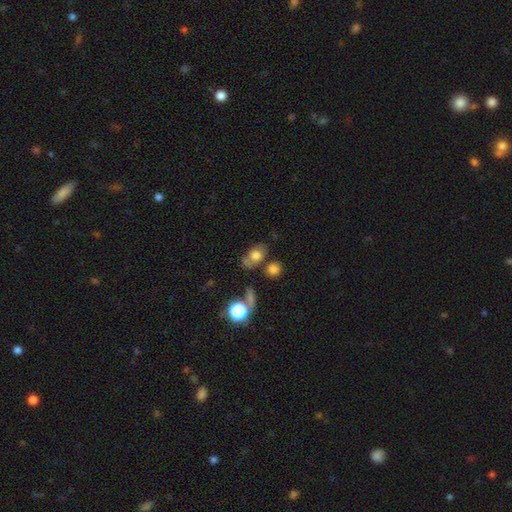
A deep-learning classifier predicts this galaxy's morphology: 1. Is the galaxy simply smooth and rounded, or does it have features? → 69% smooth, 20% featured or disk, 11% star or artifact.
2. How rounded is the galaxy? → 74% in between, 23% round, 3% cigar-shaped.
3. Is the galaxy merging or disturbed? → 55% none, 20% minor disturbance, 15% merger, 10% major disturbance.